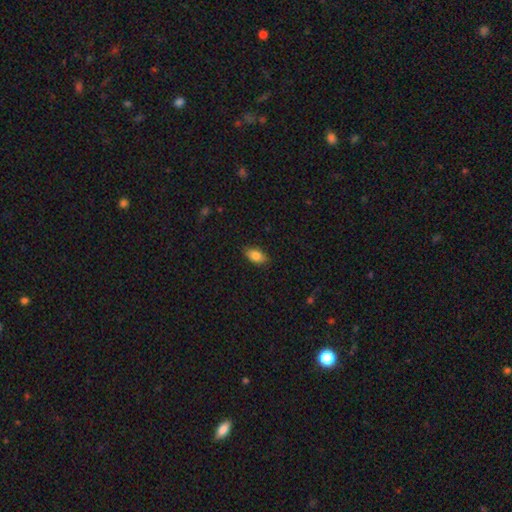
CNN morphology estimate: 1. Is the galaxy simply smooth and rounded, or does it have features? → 83% smooth, 9% featured or disk, 8% star or artifact.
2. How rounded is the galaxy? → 90% in between, 5% round, 5% cigar-shaped.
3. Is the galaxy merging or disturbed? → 86% none, 11% minor disturbance, 2% major disturbance, 1% merger.